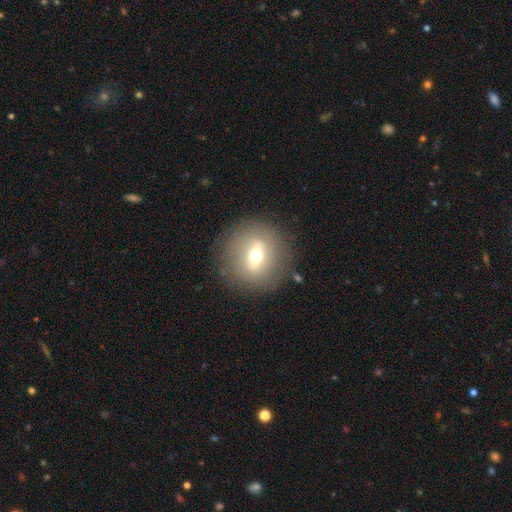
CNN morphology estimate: smooth_or_featured: featured or disk (p=0.46) [alt: smooth p=0.44]
merging: none (p=0.86) [alt: minor disturbance p=0.09]